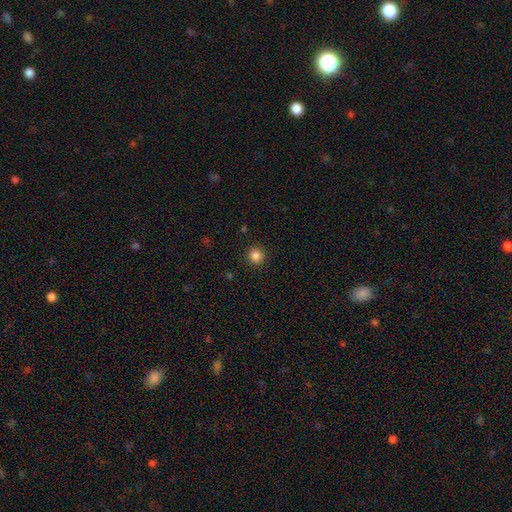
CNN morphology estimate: This is clearly a smooth galaxy (85%). How rounded: clearly round (94%). Merging: clearly none (92%).